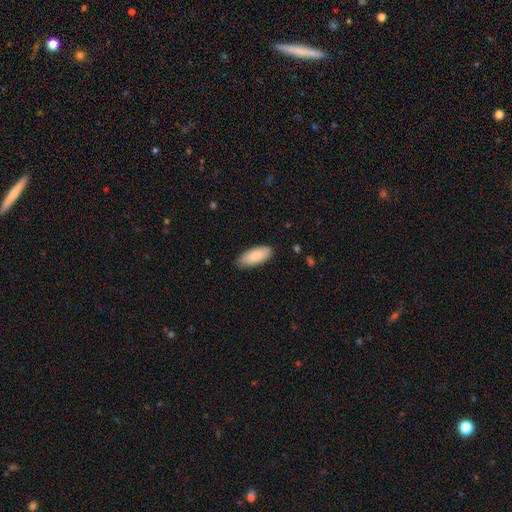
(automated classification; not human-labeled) This appears to be a smooth galaxy with no disk features (86%) that is in between round and cigar-shaped (82%). Merging: none (86%).